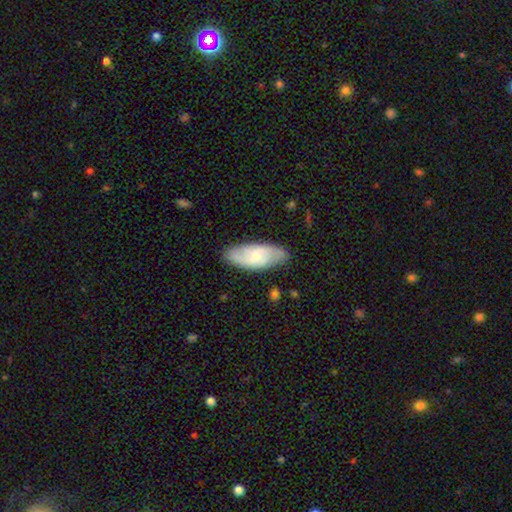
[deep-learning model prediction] Smooth or featured: smooth — 48% (featured or disk — 46%)
Merging: none — 82% (minor disturbance — 14%)